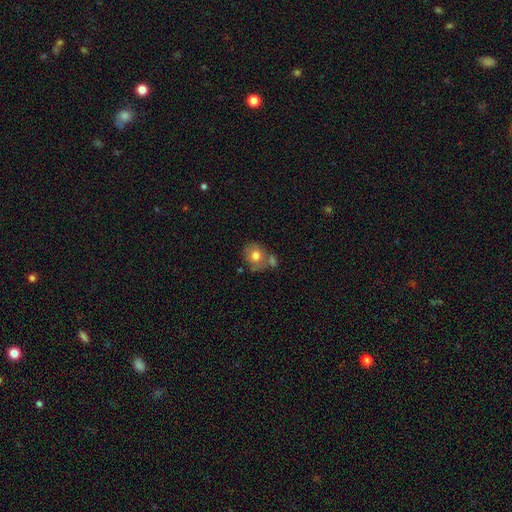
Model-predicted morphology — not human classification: A smooth galaxy with no disk features (74%) that is round (68%).

Vote fractions:
- Smooth or featured? smooth: 74% / featured or disk: 18% / star or artifact: 8%
- How rounded? round: 68% / in between: 31% / cigar-shaped: 1%
- Merging? none: 51% / merger: 27% / minor disturbance: 16% / major disturbance: 6%